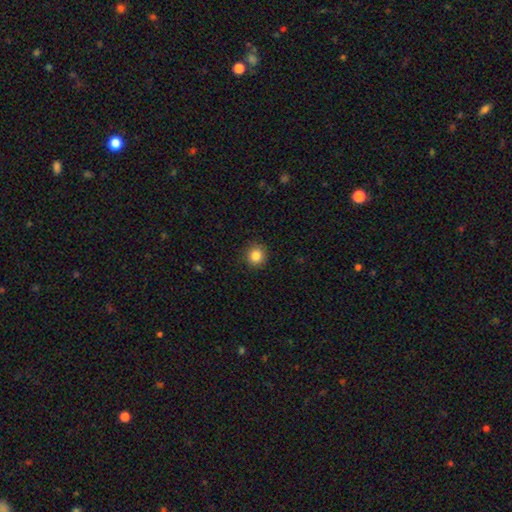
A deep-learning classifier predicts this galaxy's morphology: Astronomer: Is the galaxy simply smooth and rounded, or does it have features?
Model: smooth — 85%.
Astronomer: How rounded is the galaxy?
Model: round — 92%.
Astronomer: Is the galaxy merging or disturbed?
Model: none — 90%.